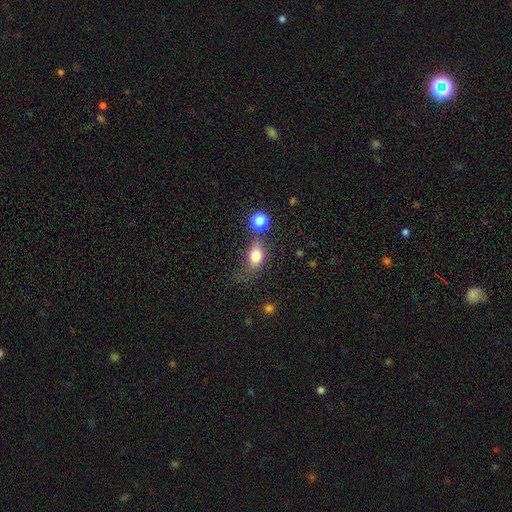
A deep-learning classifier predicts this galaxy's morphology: Smooth or featured?
  - smooth: 77% *
  - featured or disk: 12%
  - star or artifact: 11%
How rounded?
  - in between: 68% *
  - round: 28%
  - cigar-shaped: 4%
Merging?
  - none: 43% *
  - minor disturbance: 26%
  - major disturbance: 18%
  - merger: 13%